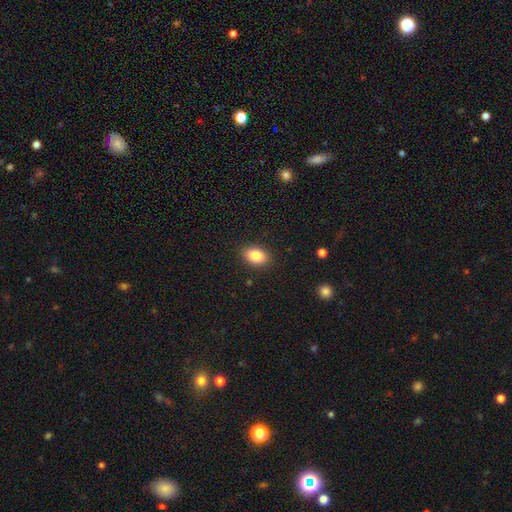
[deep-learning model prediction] Morphology: type=smooth (84%); roundness=in between (82%); merging=none (89%).